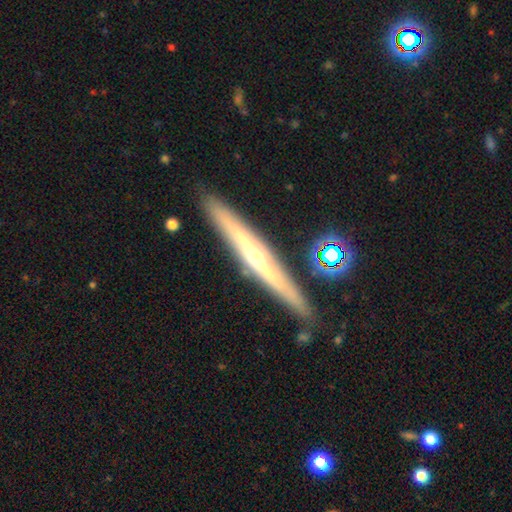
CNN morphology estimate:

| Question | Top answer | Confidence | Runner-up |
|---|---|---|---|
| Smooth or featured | featured or disk | 71% | smooth (22%) |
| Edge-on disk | yes | 95% | no (5%) |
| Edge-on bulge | rounded | 79% | none (17%) |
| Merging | none | 87% | minor disturbance (8%) |